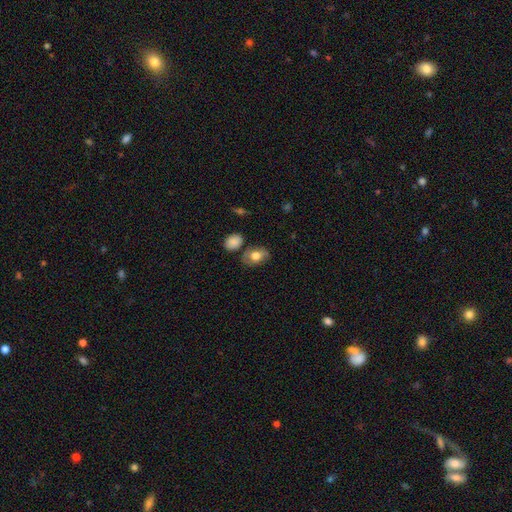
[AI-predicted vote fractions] Overall: smooth (72%). How rounded: in between (85%). Merging: none (70%).